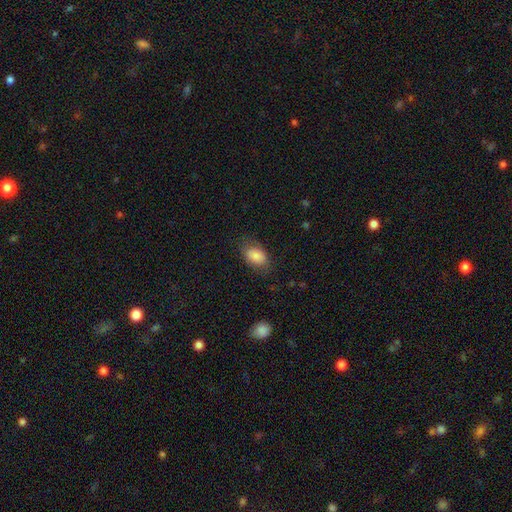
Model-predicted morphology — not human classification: Smooth or featured? Predicted: smooth (p=0.83). How rounded? Predicted: in between (p=0.87). Merging? Predicted: none (p=0.73).